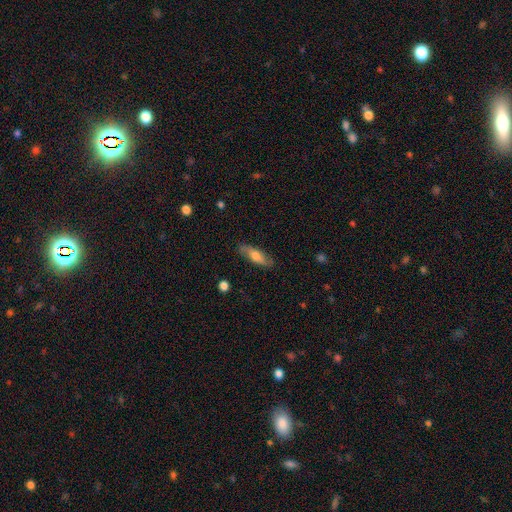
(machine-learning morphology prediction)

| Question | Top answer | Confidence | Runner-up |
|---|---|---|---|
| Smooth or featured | smooth | 53% | featured or disk (41%) |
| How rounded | in between | 49% | cigar-shaped (48%) |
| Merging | none | 81% | minor disturbance (14%) |